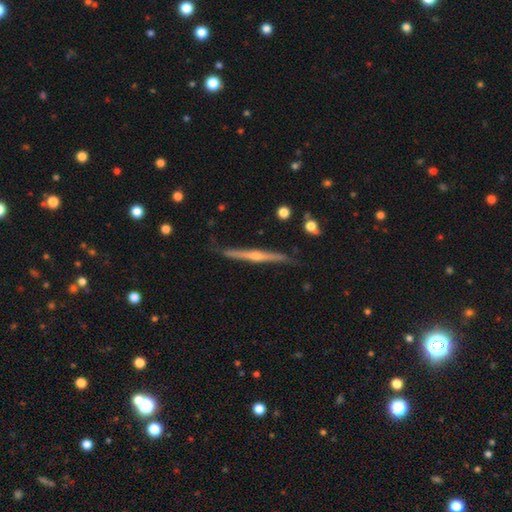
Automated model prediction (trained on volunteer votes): smooth-or-featured: featured or disk: 76% | smooth: 18% | star or artifact: 5%
  disk-edge-on: yes: 98% | no: 2%
    edge-on-bulge: rounded: 78% | none: 17% | boxy: 5%
  merging: none: 81% | minor disturbance: 15% | major disturbance: 2% | merger: 2%